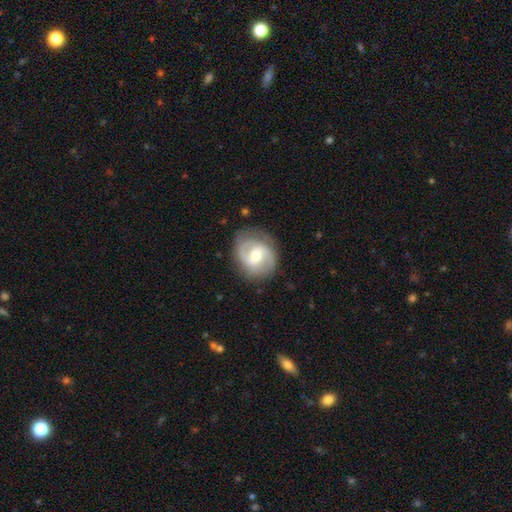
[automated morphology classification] This is likely a featured or disk galaxy (79%). It is clearly not viewed edge-on (98%). Bar: possibly weak (50%). Spiral arm pattern: clearly yes (93%). Spiral arm count: clearly 2 (89%). Spiral winding: possibly medium (52%). Central bulge: likely moderate (65%). Merging: clearly none (81%).